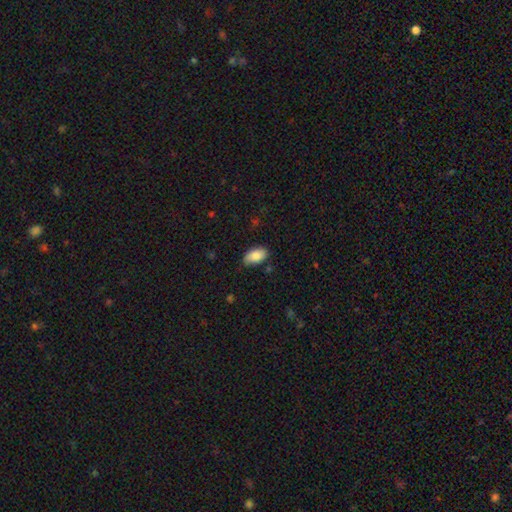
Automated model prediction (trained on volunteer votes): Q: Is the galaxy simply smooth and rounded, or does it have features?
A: smooth — 86%.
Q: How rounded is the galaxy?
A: in between — 94%.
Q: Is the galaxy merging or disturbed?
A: none — 77%.